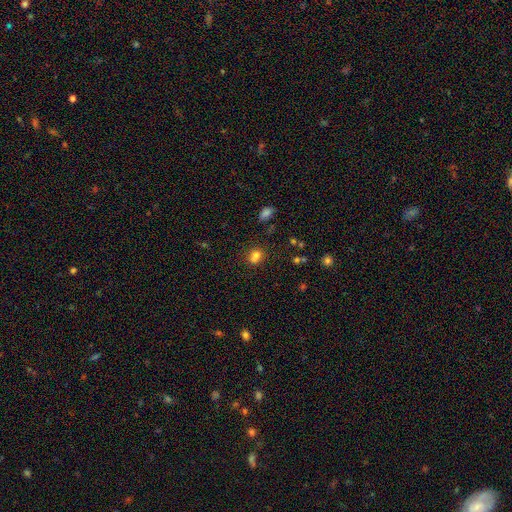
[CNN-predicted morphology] This is likely a smooth galaxy (74%). How rounded: likely round (64%). Merging: possibly none (50%).